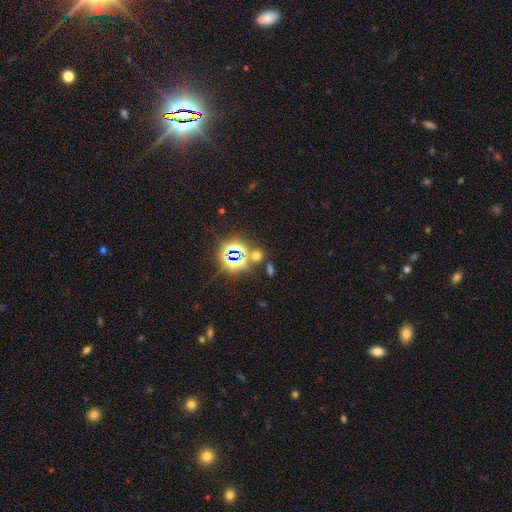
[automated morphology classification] This appears to be a star or artifact, not a galaxy (58%).